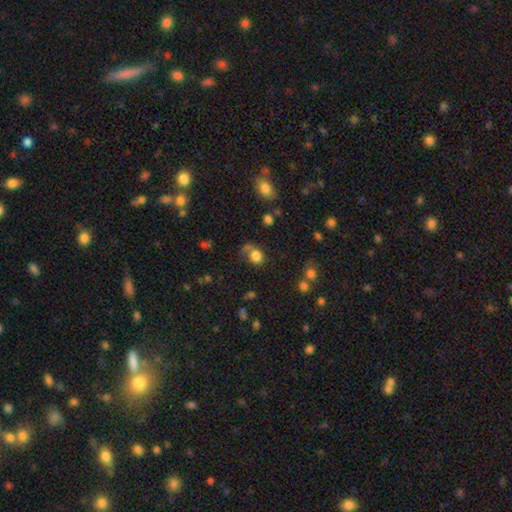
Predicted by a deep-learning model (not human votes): smooth-or-featured: smooth: 79% | star or artifact: 13% | featured or disk: 8%
  how-rounded: round: 72% | in between: 27% | cigar-shaped: 1%
  merging: none: 56% | minor disturbance: 18% | merger: 14% | major disturbance: 12%